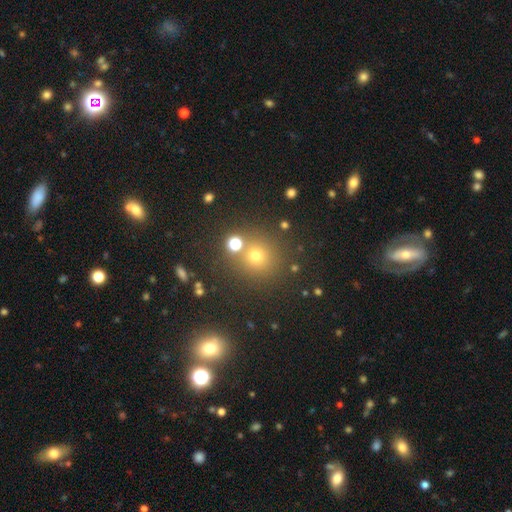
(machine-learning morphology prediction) Smooth or featured? Predicted: smooth (p=0.62). How rounded? Predicted: round (p=0.90). Merging? Predicted: none (p=0.76).